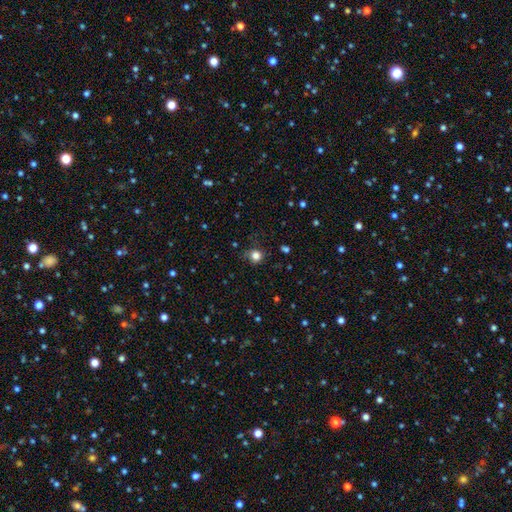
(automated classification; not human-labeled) This is clearly a smooth galaxy (81%). How rounded: clearly round (88%). Merging: likely none (77%).